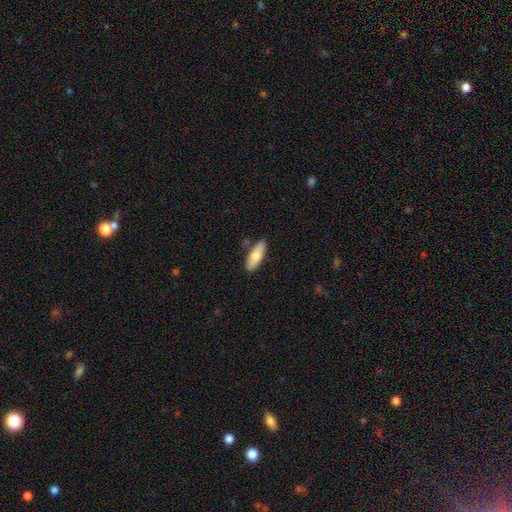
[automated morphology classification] This appears to be a smooth galaxy with no disk features (76%) that is in between round and cigar-shaped (66%). Merging: none (83%).